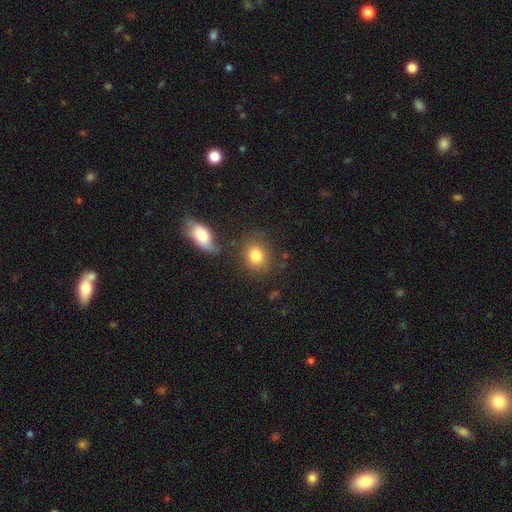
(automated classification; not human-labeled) This is clearly a smooth galaxy (82%). How rounded: likely round (69%). Merging: likely none (73%).